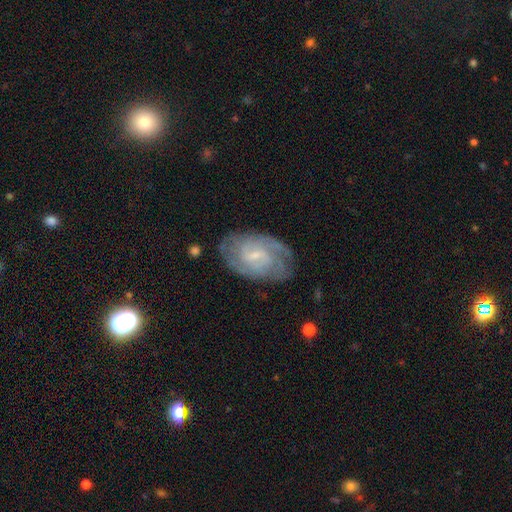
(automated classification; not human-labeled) A featured or disk galaxy (80%) with a weak bar (58%), 2 (37%) tight (51%) spiral arms (92%) and a small central bulge (73%).

Vote fractions:
- Smooth or featured? featured or disk: 80% / smooth: 14% / star or artifact: 6%
- Edge-on disk? no: 96% / yes: 4%
- Bar? weak: 58% / no: 28% / strong: 13%
- Spiral arms? yes: 92% / no: 8%
- Spiral winding? tight: 51% / medium: 38% / loose: 11%
- Spiral arm count? 2: 37% / can't tell: 35% / 3: 13% / 4: 6% / 1: 4% / more than 4: 4%
- Bulge size? small: 73% / moderate: 19% / none: 6% / large: 1% / dominant: 1%
- Merging? none: 72% / minor disturbance: 19% / major disturbance: 7% / merger: 1%